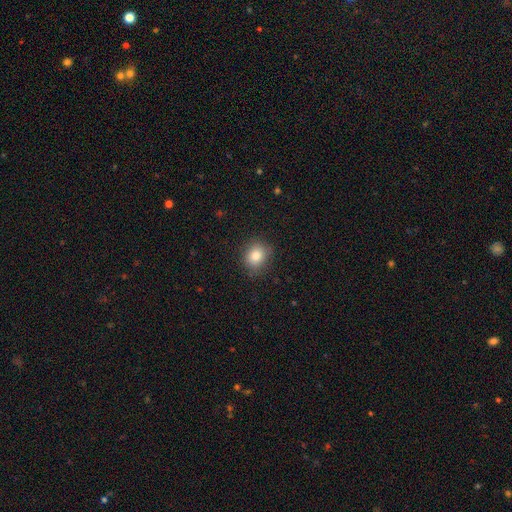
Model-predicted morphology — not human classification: This appears to be a smooth galaxy with no disk features (84%) that is round (67%). Merging: none (84%).